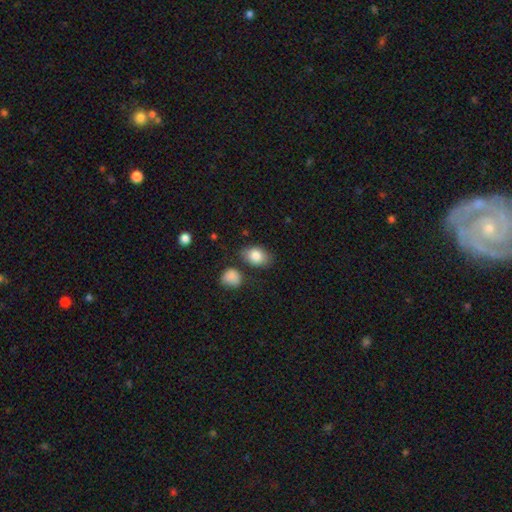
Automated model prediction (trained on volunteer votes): Q: Smooth or featured?
A: smooth (84%); runner-up: featured or disk (9%)
Q: How rounded?
A: in between (81%); runner-up: round (18%)
Q: Merging?
A: none (74%); runner-up: minor disturbance (16%)